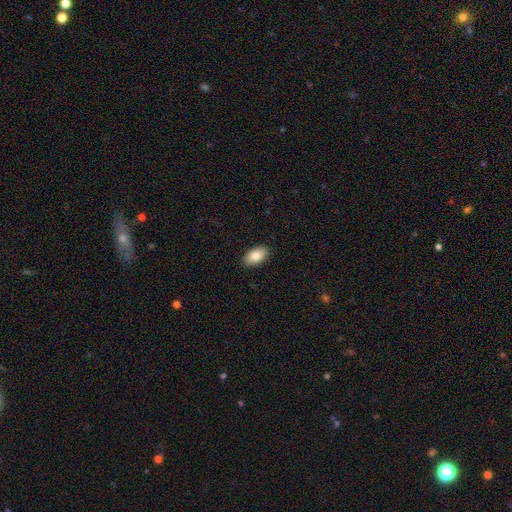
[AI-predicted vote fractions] The model was most divided on "smooth or featured": smooth: 84%, featured or disk: 10%, star or artifact: 7%. More confident: how rounded — in between (94%); merging — none (90%).